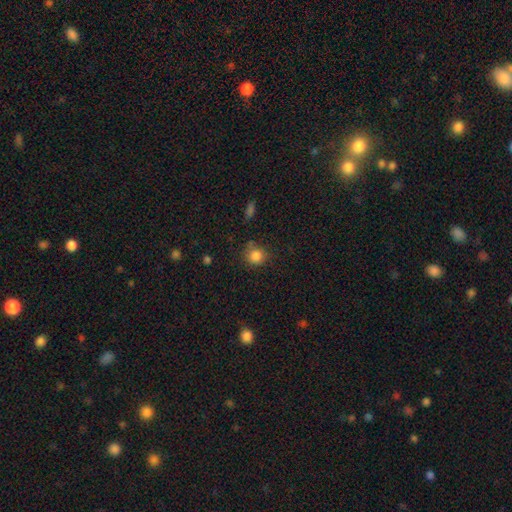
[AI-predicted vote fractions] Overall: smooth (84%). How rounded: round (86%). Merging: none (71%).